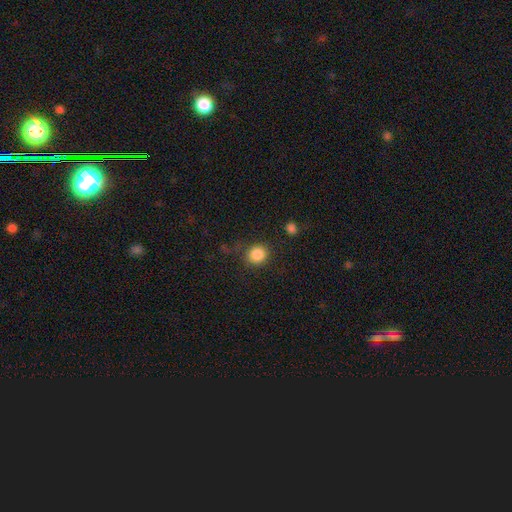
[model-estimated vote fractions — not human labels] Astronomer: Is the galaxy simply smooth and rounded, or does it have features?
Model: smooth — 86%.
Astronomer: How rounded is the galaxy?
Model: round — 88%.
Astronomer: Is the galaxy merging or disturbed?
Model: none — 81%.